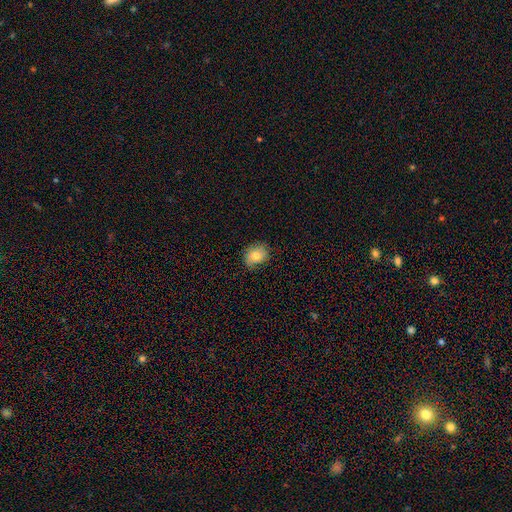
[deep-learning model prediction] Morphology: type=smooth (77%); roundness=round (55%); merging=none (73%).